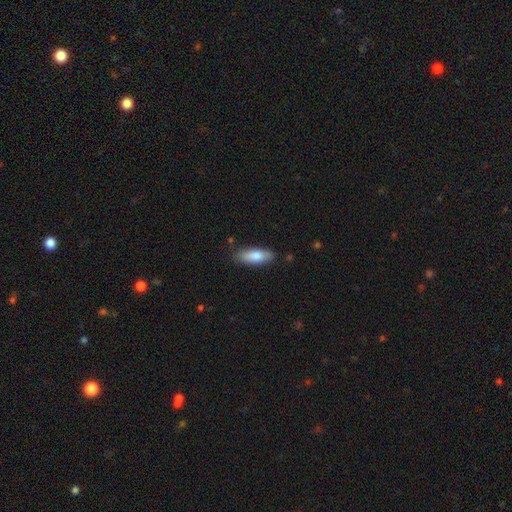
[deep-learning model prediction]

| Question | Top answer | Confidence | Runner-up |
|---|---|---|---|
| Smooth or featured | smooth | 81% | featured or disk (13%) |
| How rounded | in between | 68% | cigar-shaped (30%) |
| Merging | none | 81% | minor disturbance (14%) |